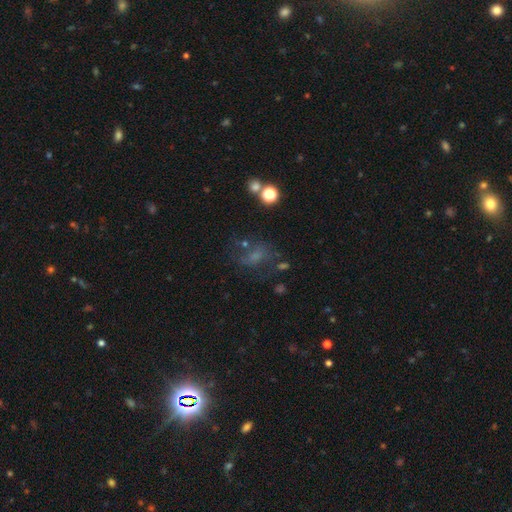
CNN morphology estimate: type=smooth (37%); merging=none (49%).